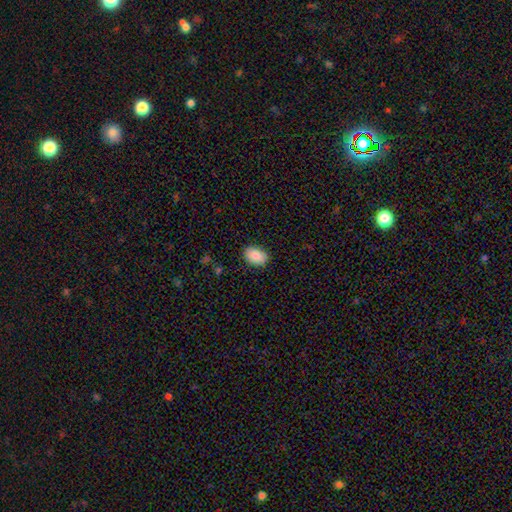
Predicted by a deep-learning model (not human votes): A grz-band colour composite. It shows a smooth galaxy with no disk features (86%) that is in between round and cigar-shaped (82%). Merging: none (87%).